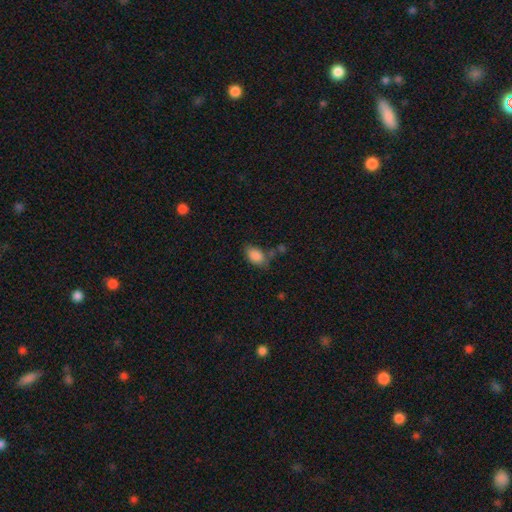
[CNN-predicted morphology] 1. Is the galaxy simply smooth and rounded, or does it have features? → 87% smooth, 8% star or artifact, 5% featured or disk.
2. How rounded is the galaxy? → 87% in between, 11% round, 2% cigar-shaped.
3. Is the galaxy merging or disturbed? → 55% none, 24% minor disturbance, 12% merger, 9% major disturbance.